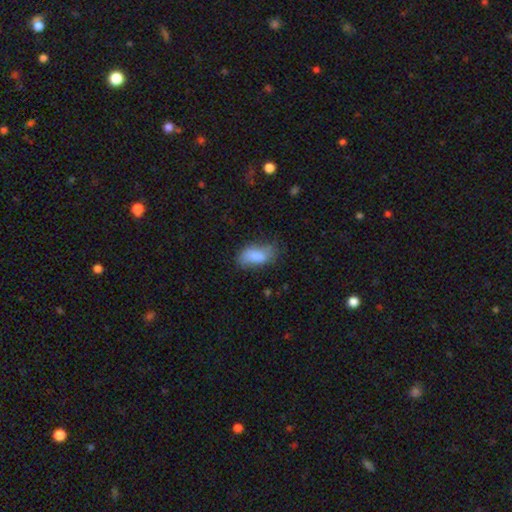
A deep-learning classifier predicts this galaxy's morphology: Smooth or featured? Predicted: smooth (p=0.81). How rounded? Predicted: in between (p=0.91). Merging? Predicted: none (p=0.55).